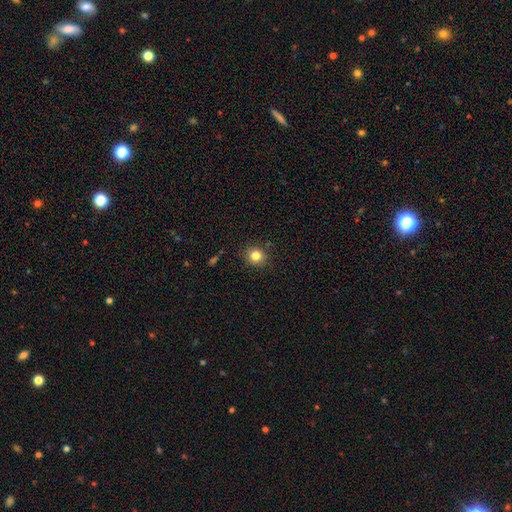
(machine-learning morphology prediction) smooth 83%, star or artifact 12%, featured or disk 6%. Down the decision tree: how rounded — round (87%); merging — none (88%).